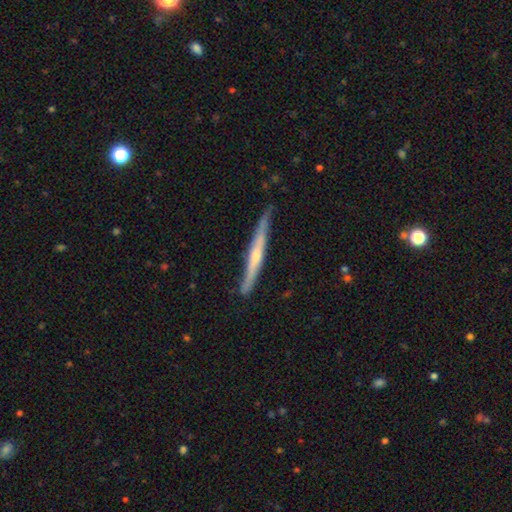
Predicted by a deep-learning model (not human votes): Smooth or featured? featured or disk (66%)
Edge-on disk? yes (95%)
Edge-on bulge? rounded (61%)
Merging? none (77%)